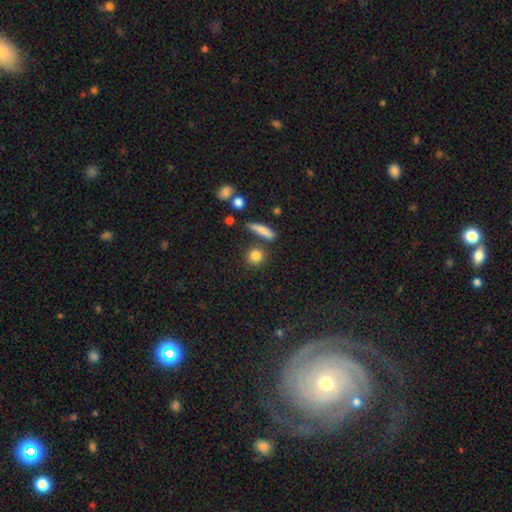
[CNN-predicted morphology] Q: Smooth or featured?
A: smooth (83%); runner-up: star or artifact (10%)
Q: How rounded?
A: round (81%); runner-up: in between (12%)
Q: Merging?
A: none (79%); runner-up: minor disturbance (9%)